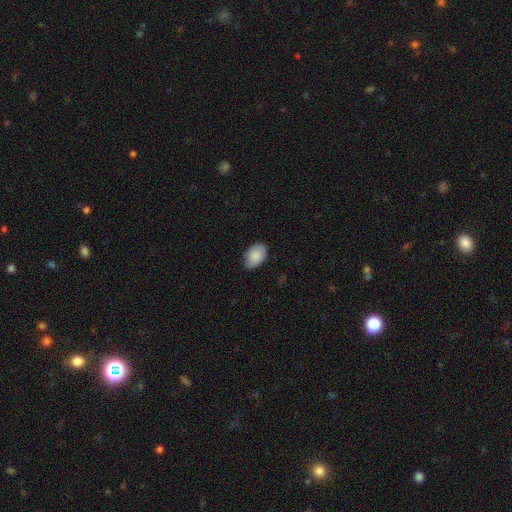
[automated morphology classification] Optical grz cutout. It shows a smooth galaxy with no disk features (84%) that is in between round and cigar-shaped (86%). Merging: none (69%).